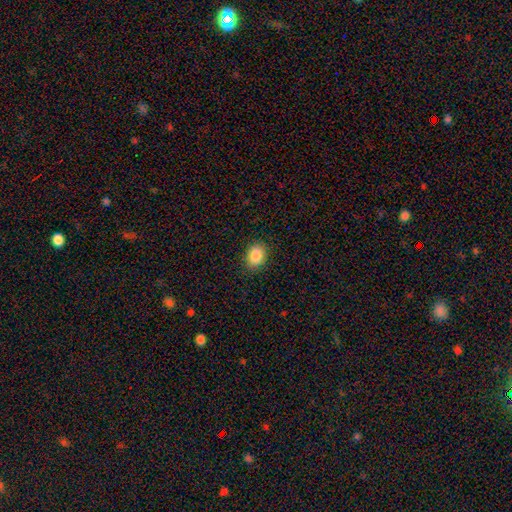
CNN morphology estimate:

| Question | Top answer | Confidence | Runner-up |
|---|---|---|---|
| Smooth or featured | smooth | 88% | star or artifact (8%) |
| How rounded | in between | 69% | round (30%) |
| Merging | none | 88% | minor disturbance (9%) |